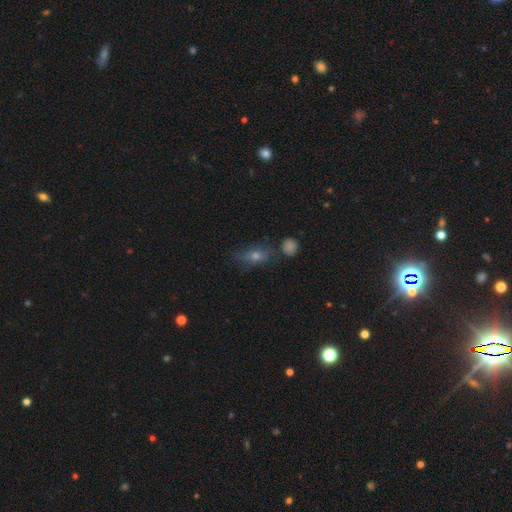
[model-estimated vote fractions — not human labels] Overall: star or artifact (49%; smooth 33%).